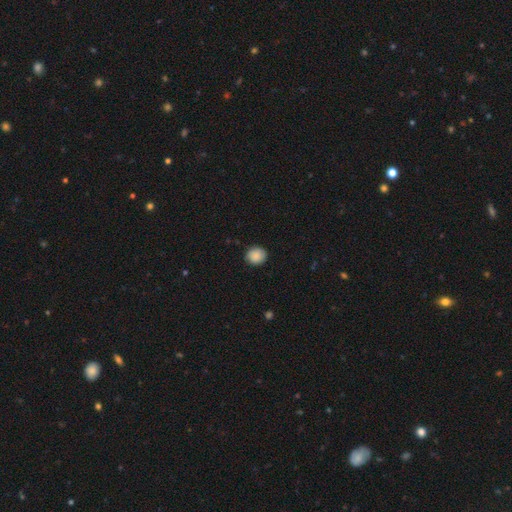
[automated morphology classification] Smooth or featured?
  - smooth: 87% *
  - star or artifact: 8%
  - featured or disk: 5%
How rounded?
  - round: 84% *
  - in between: 15%
  - cigar-shaped: 1%
Merging?
  - none: 88% *
  - minor disturbance: 9%
  - major disturbance: 2%
  - merger: 1%